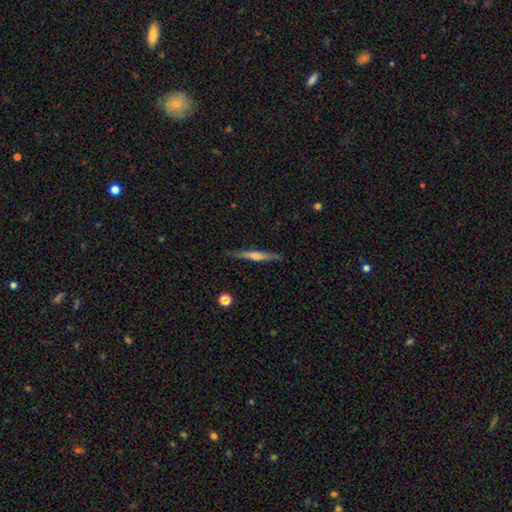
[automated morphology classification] A featured or disk galaxy (50%) viewed edge-on (96%). Merging: none (87%).